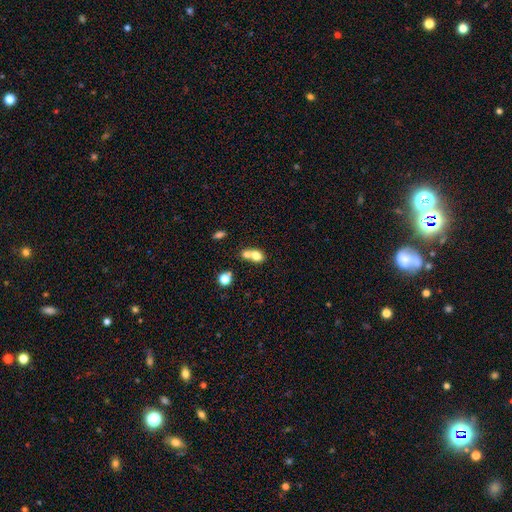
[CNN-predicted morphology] This is likely a smooth galaxy (75%). How rounded: possibly in between (53%). Merging: likely merger (62%).